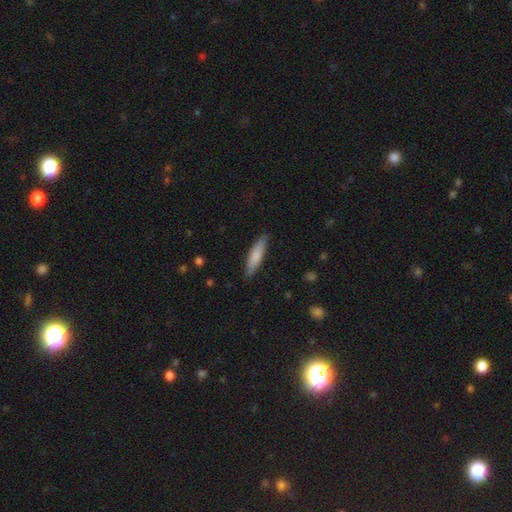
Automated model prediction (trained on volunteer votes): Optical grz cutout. It shows a smooth galaxy with no disk features (79%) that is cigar-shaped (73%). Merging: none (85%).